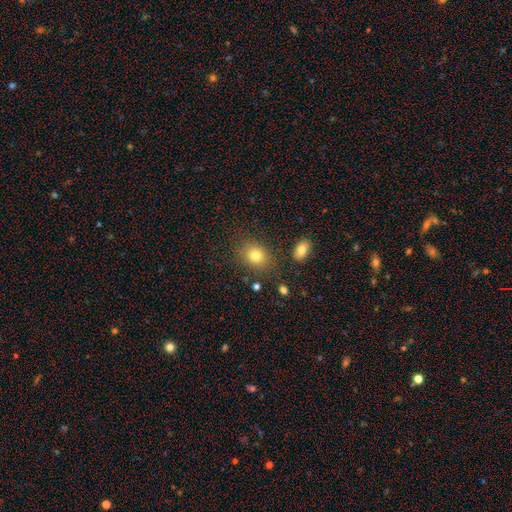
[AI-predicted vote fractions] smooth_or_featured: smooth (p=0.80) [alt: star or artifact p=0.11]
how_rounded: round (p=0.50) [alt: in between p=0.49]
merging: none (p=0.80) [alt: minor disturbance p=0.12]